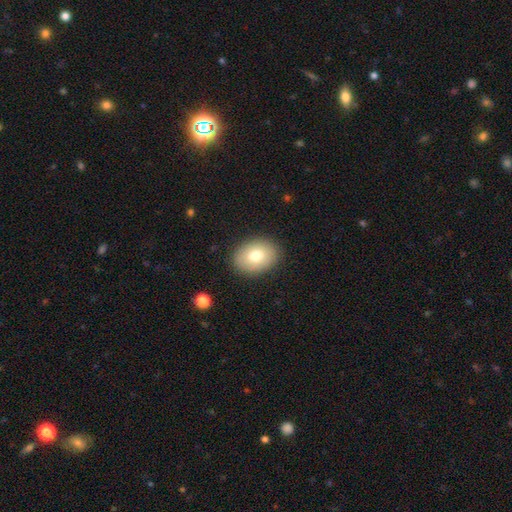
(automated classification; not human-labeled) Smooth or featured?
  - smooth: 76% *
  - featured or disk: 16%
  - star or artifact: 8%
How rounded?
  - in between: 75% *
  - round: 24%
  - cigar-shaped: 1%
Merging?
  - none: 88% *
  - minor disturbance: 9%
  - major disturbance: 2%
  - merger: 1%